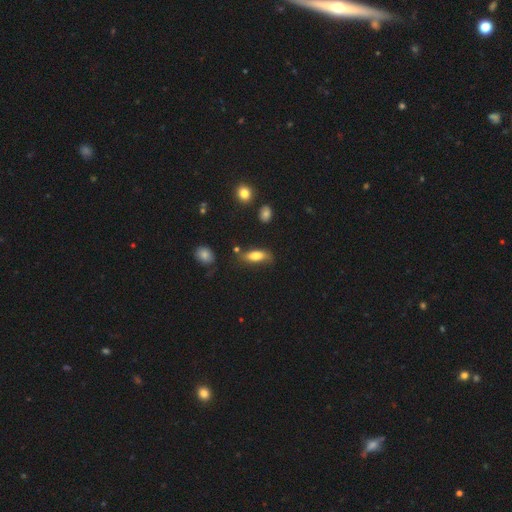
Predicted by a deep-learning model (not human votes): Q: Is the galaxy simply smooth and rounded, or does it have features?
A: smooth — 74%.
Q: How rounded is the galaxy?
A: in between — 72%.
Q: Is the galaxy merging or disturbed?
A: none — 64%.